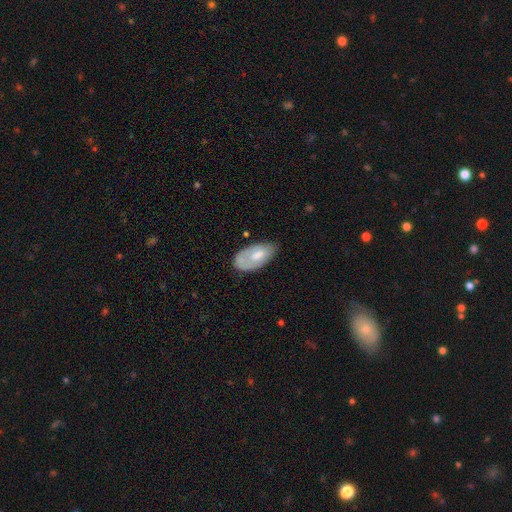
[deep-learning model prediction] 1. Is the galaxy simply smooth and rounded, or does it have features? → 64% smooth, 30% featured or disk, 6% star or artifact.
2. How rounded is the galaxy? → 94% in between, 3% round, 3% cigar-shaped.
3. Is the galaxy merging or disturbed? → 57% none, 30% minor disturbance, 11% major disturbance, 2% merger.